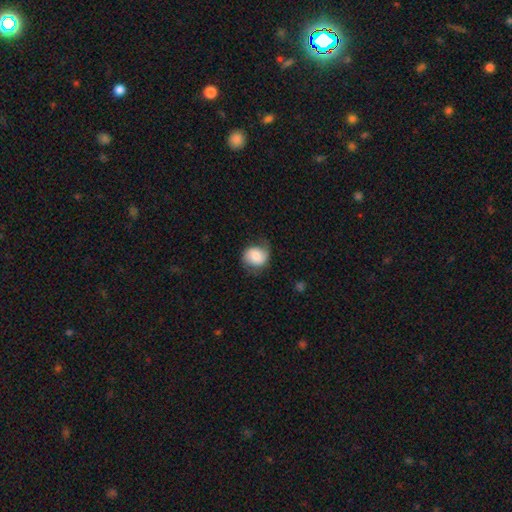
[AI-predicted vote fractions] This appears to be a smooth galaxy with no disk features (64%) that is round (68%). Merging: none (61%).